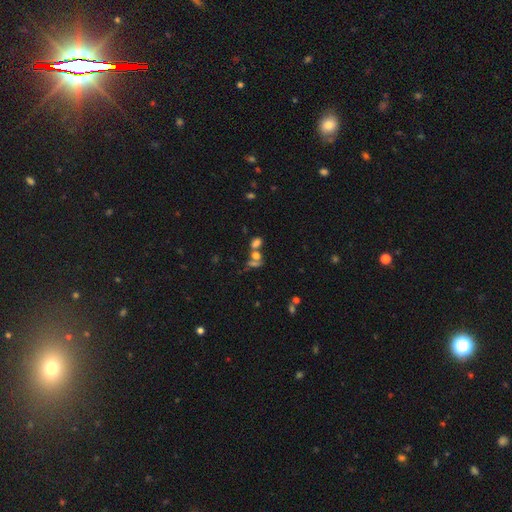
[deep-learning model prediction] Smooth or featured? smooth (58%)
How rounded? in between (70%)
Merging? merger (52%)